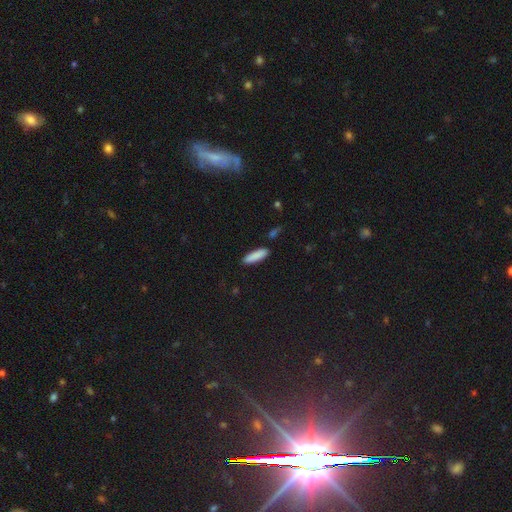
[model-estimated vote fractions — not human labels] A smooth galaxy with no disk features (88%) that is cigar-shaped (61%).

Vote fractions:
- Smooth or featured? smooth: 88% / star or artifact: 6% / featured or disk: 6%
- How rounded? cigar-shaped: 61% / in between: 37% / round: 2%
- Merging? none: 87% / minor disturbance: 8% / merger: 2% / major disturbance: 2%